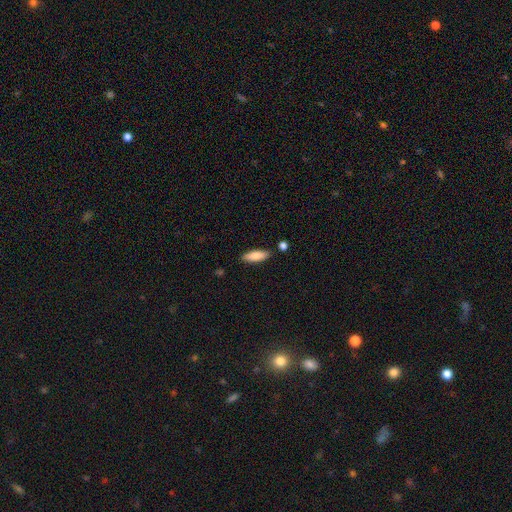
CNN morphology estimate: Overall: smooth (85%). How rounded: in between (55%; cigar-shaped 43%). Merging: none (83%).